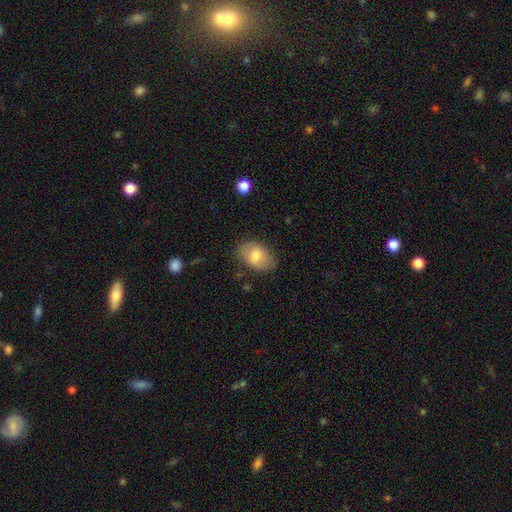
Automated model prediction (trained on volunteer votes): Morphology: type=smooth (73%); roundness=in between (86%); merging=none (78%).